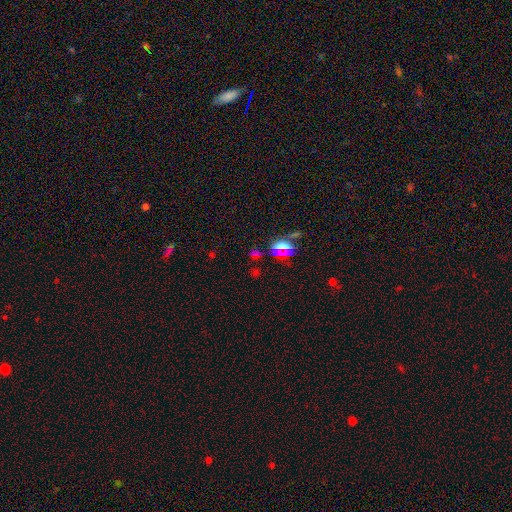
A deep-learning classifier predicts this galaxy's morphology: Overall: star or artifact (62%; smooth 30%).